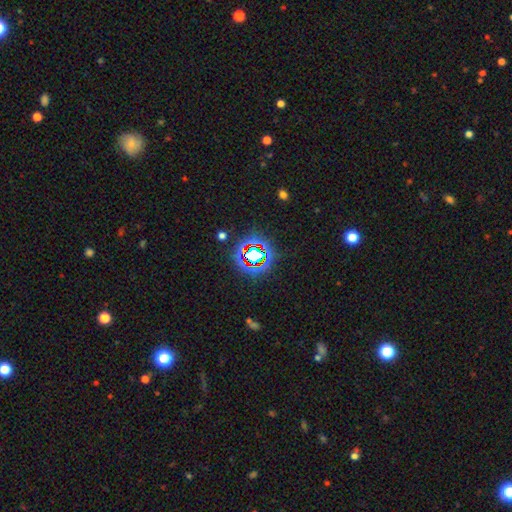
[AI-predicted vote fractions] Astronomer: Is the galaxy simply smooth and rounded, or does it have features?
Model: star or artifact — 72%.